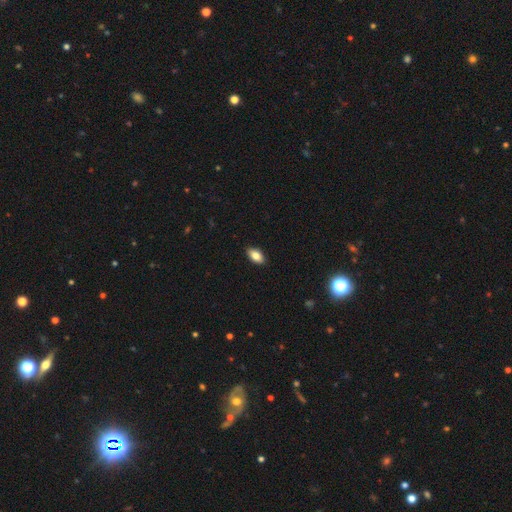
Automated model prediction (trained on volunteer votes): Smooth or featured? Predicted: smooth (p=0.83). How rounded? Predicted: in between (p=0.92). Merging? Predicted: none (p=0.90).